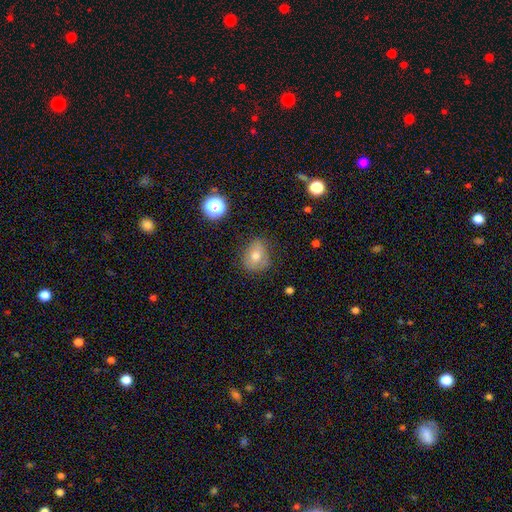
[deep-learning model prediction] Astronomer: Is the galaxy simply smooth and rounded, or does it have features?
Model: smooth — 68%.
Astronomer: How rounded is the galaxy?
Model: round — 50% (runner-up: in between, 49%).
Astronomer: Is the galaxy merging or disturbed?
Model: none — 69%.